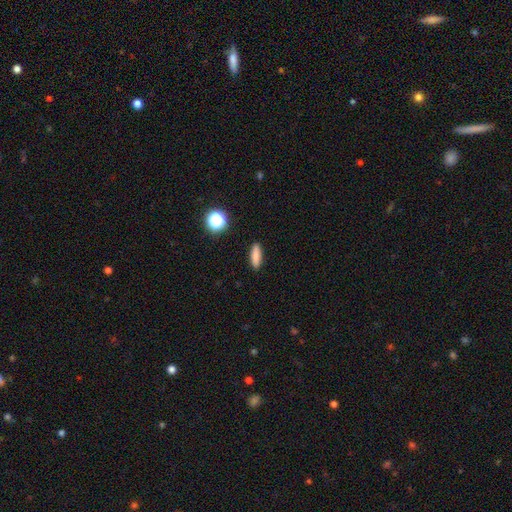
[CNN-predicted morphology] Smooth or featured?
  - smooth: 83% *
  - star or artifact: 10%
  - featured or disk: 8%
How rounded?
  - cigar-shaped: 59% *
  - in between: 37%
  - round: 4%
Merging?
  - none: 90% *
  - minor disturbance: 7%
  - major disturbance: 2%
  - merger: 1%